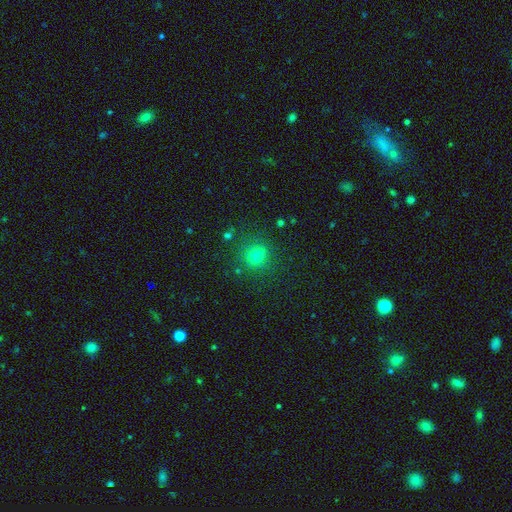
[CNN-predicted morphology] A smooth galaxy with no disk features (68%) that is round (85%).

Vote fractions:
- Smooth or featured? smooth: 68% / star or artifact: 22% / featured or disk: 10%
- How rounded? round: 85% / in between: 14% / cigar-shaped: 1%
- Merging? none: 69% / merger: 16% / minor disturbance: 11% / major disturbance: 4%